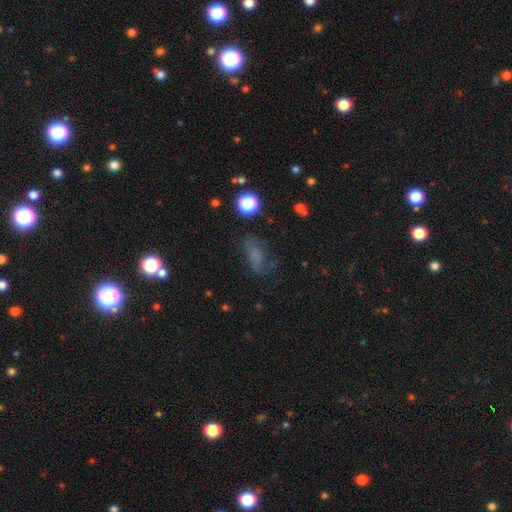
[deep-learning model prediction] The model was most divided on "merging": none: 50%, minor disturbance: 25%, major disturbance: 22%, merger: 4%. More confident: how rounded — in between (77%); smooth or featured — smooth (51%).